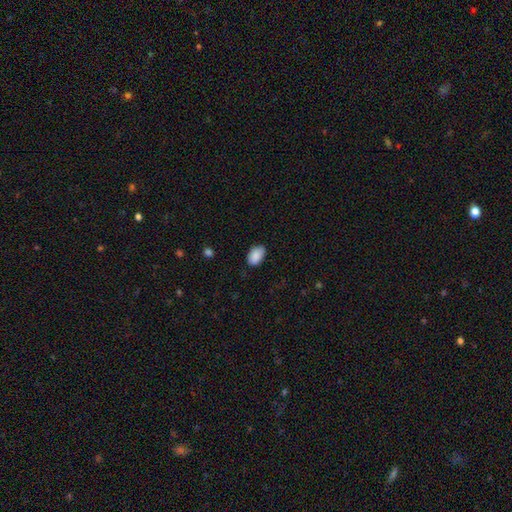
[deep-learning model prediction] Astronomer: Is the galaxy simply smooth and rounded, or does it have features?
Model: smooth — 89%.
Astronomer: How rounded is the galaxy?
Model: in between — 90%.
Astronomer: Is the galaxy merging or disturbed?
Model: none — 81%.